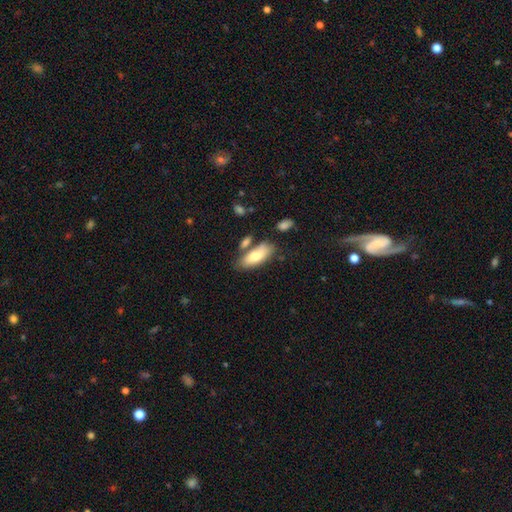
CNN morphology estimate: Smooth or featured? Predicted: smooth (p=0.76). How rounded? Predicted: in between (p=0.79). Merging? Predicted: none (p=0.66).